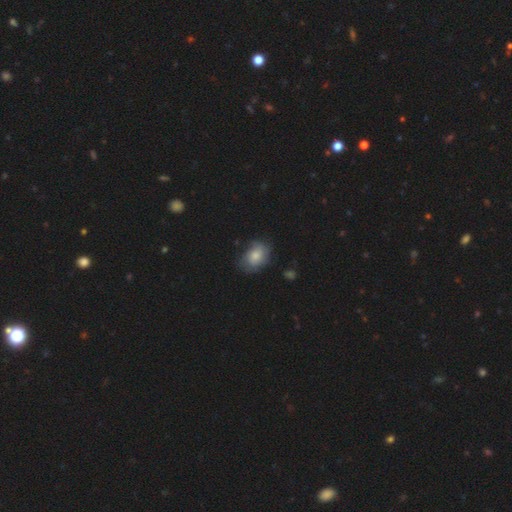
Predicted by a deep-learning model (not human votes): Morphology: type=smooth (59%); roundness=in between (70%); merging=none (62%).